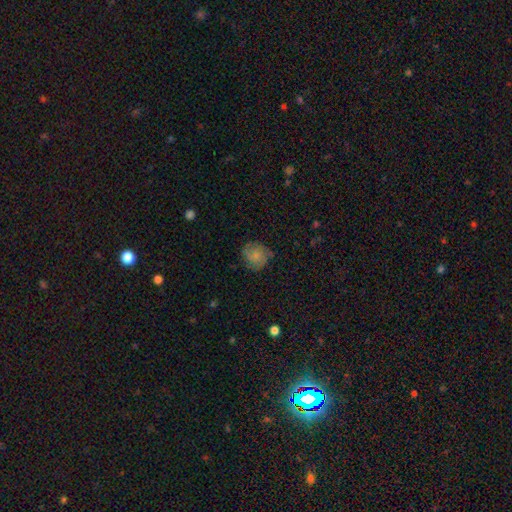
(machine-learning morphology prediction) Smooth or featured?
  - smooth: 56% *
  - featured or disk: 35%
  - star or artifact: 9%
How rounded?
  - round: 81% *
  - in between: 17%
  - cigar-shaped: 1%
Merging?
  - none: 71% *
  - minor disturbance: 20%
  - major disturbance: 7%
  - merger: 1%